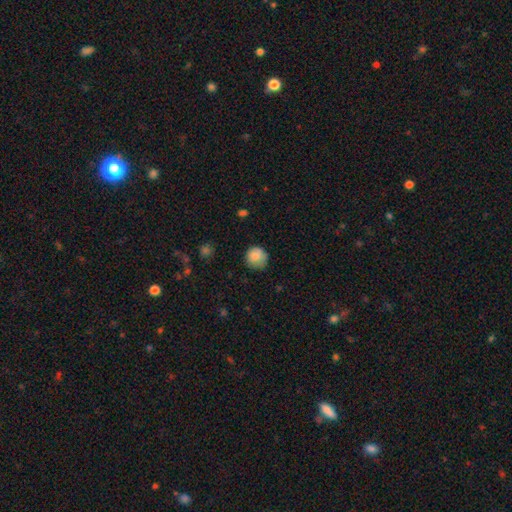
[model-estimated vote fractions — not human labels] This appears to be a smooth galaxy with no disk features (85%) that is round (90%). Merging: none (71%).